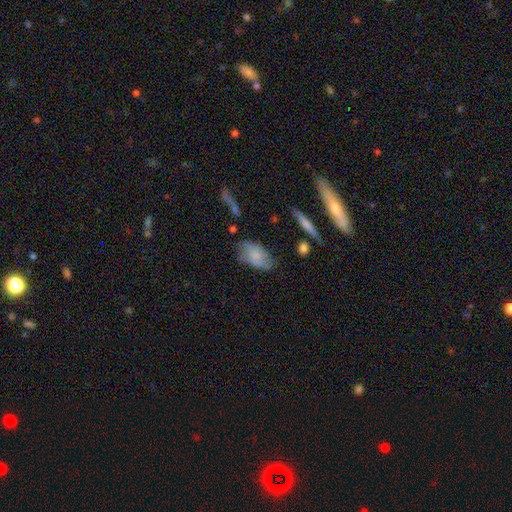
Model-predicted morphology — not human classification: Smooth or featured: smooth — 69% (featured or disk — 24%)
How rounded: in between — 91% (round — 6%)
Merging: none — 60% (minor disturbance — 27%)